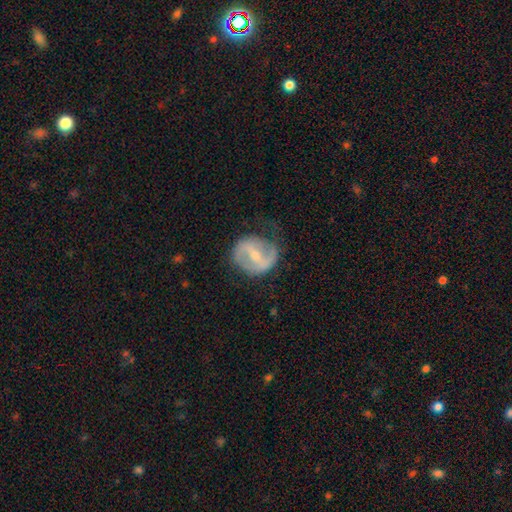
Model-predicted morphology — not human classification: Smooth or featured?
  - featured or disk: 75% *
  - smooth: 19%
  - star or artifact: 6%
Edge-on disk?
  - no: 96% *
  - yes: 4%
Bar?
  - strong: 48% *
  - weak: 38%
  - no: 14%
Spiral arms?
  - yes: 77% *
  - no: 23%
Spiral winding?
  - medium: 44% *
  - loose: 32%
  - tight: 24%
Spiral arm count?
  - 2: 77% *
  - can't tell: 11%
  - 1: 9%
  - 3: 1%
  - 4: 1%
  - more than 4: 1%
Bulge size?
  - small: 53% *
  - moderate: 42%
  - none: 3%
  - large: 1%
  - dominant: 1%
Merging?
  - none: 60% *
  - minor disturbance: 25%
  - major disturbance: 14%
  - merger: 1%